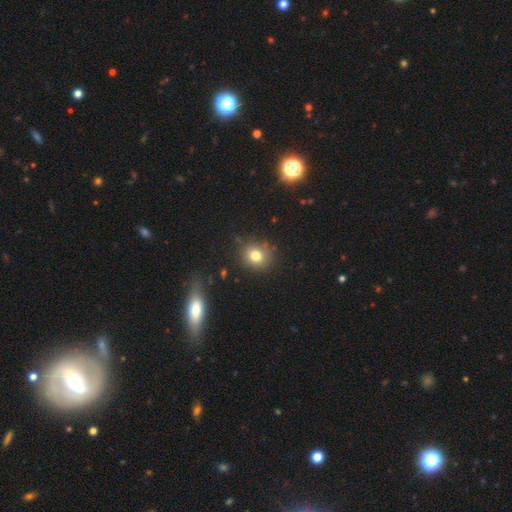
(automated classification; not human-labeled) Smooth or featured? smooth (79%)
How rounded? round (81%)
Merging? none (82%)